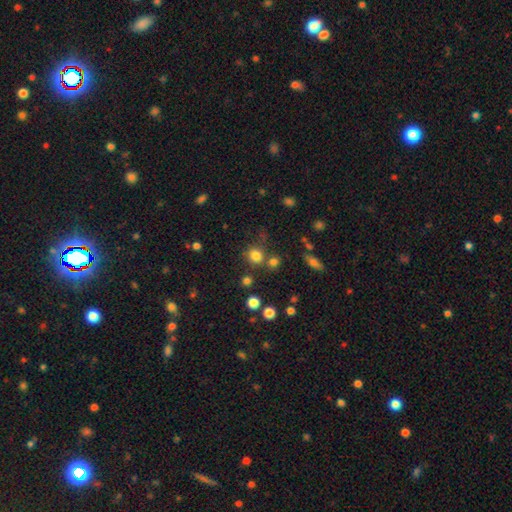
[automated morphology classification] type=smooth (79%); roundness=round (86%); merging=none (71%).